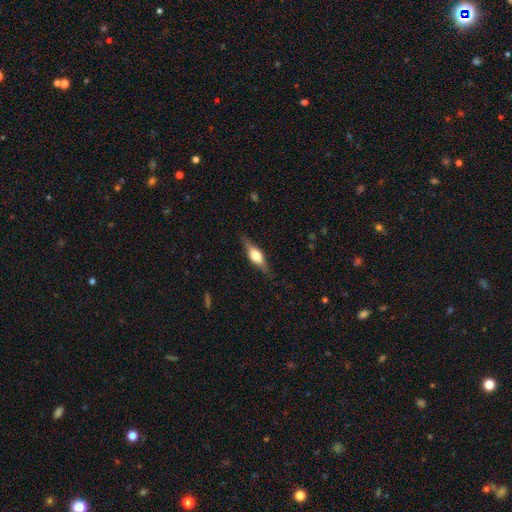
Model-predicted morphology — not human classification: Smooth or featured? Predicted: featured or disk (p=0.59). Edge-on disk? Predicted: yes (p=0.94). Edge-on bulge? Predicted: rounded (p=0.89). Merging? Predicted: none (p=0.81).